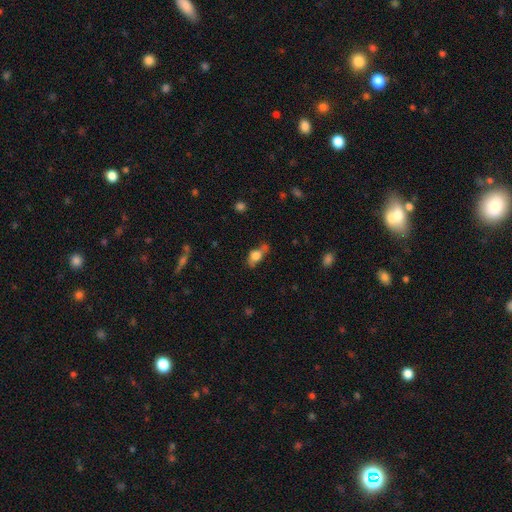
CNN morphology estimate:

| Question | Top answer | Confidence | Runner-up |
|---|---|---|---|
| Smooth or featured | smooth | 67% | featured or disk (23%) |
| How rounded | in between | 74% | round (17%) |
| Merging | none | 42% | minor disturbance (30%) |